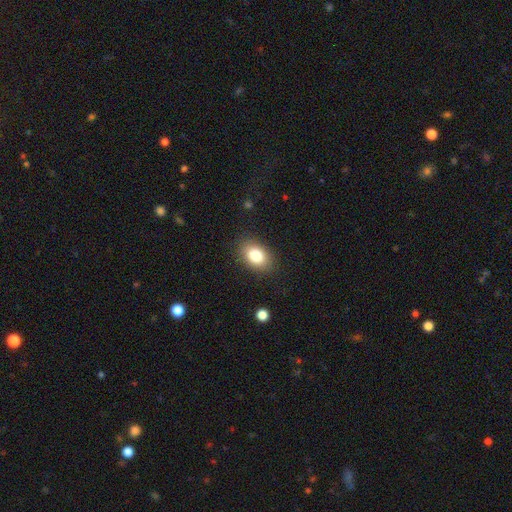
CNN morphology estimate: smooth_or_featured: smooth (p=0.84) [alt: star or artifact p=0.09]
how_rounded: in between (p=0.80) [alt: round p=0.19]
merging: none (p=0.86) [alt: minor disturbance p=0.10]